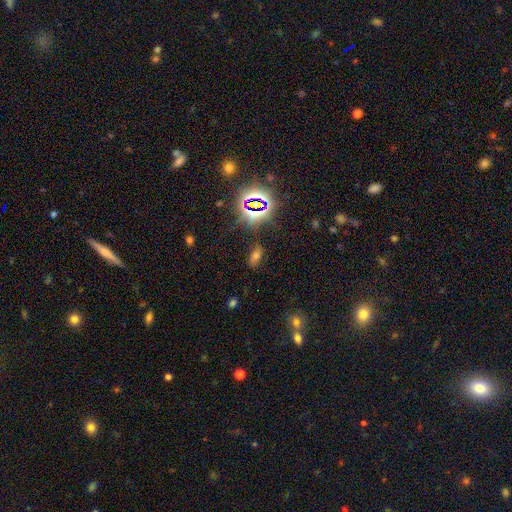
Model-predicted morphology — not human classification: smooth 50%, star or artifact 37%, featured or disk 13%. Down the decision tree: merging — none (78%).